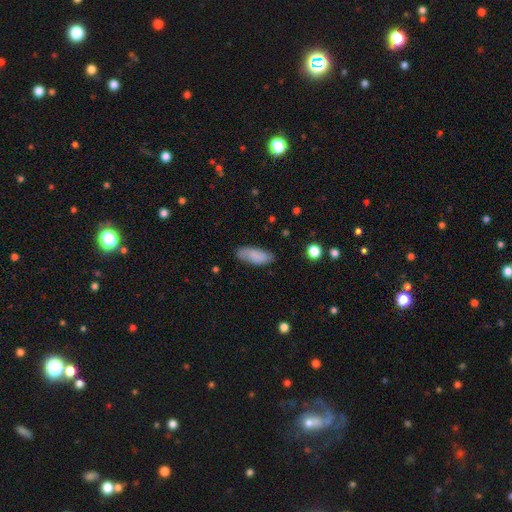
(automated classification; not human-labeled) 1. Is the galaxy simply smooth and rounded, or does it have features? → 80% smooth, 13% featured or disk, 7% star or artifact.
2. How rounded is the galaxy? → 79% in between, 19% cigar-shaped, 2% round.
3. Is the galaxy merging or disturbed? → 80% none, 16% minor disturbance, 3% major disturbance, 1% merger.